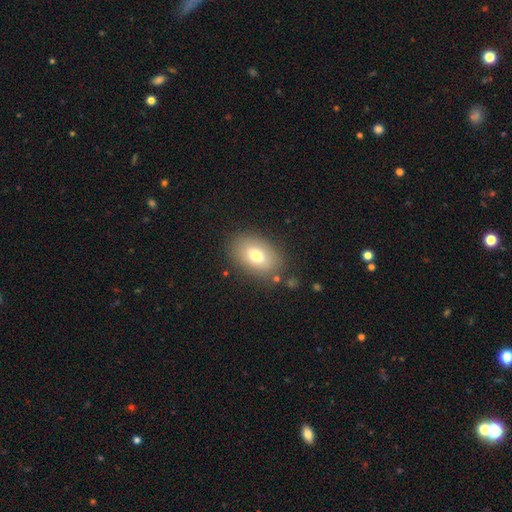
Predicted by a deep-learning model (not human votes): A smooth galaxy with no disk features (73%) that is in between round and cigar-shaped (86%). Merging: none (81%).